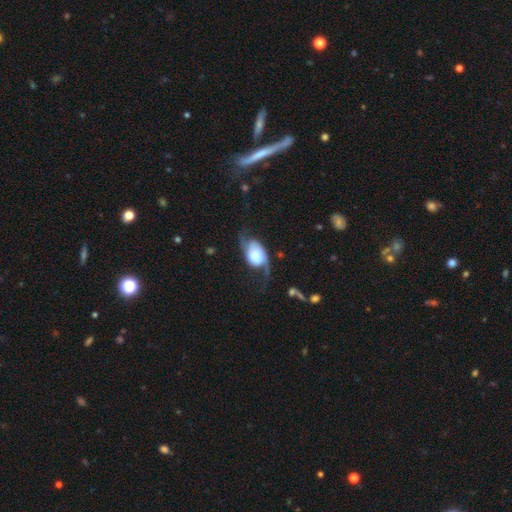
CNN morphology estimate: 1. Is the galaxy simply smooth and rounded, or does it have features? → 63% featured or disk, 30% smooth, 7% star or artifact.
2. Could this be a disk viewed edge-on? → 94% no, 6% yes.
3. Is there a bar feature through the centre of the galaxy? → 71% no, 21% weak, 8% strong.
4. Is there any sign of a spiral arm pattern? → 88% yes, 12% no.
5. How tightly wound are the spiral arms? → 73% loose, 20% medium, 7% tight.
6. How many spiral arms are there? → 87% 2, 6% 1, 3% can't tell, 1% 3, 1% 4, 1% more than 4.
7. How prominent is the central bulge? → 41% dominant, 30% large, 14% none, 8% small, 7% moderate.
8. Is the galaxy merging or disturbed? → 45% none, 27% major disturbance, 25% minor disturbance, 3% merger.